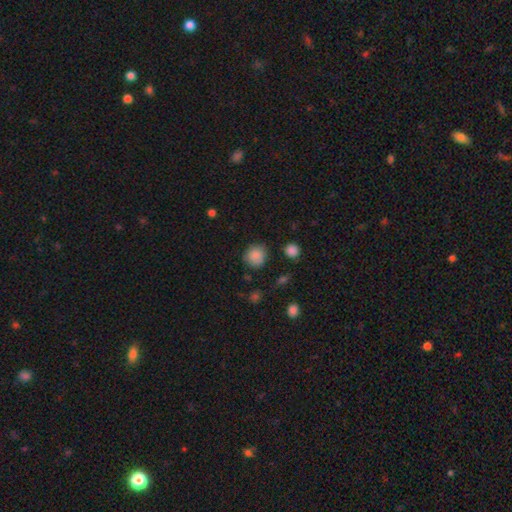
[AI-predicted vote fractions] The model was most divided on "merging": none: 81%, minor disturbance: 13%, major disturbance: 3%, merger: 2%. More confident: how rounded — round (88%); smooth or featured — smooth (86%).